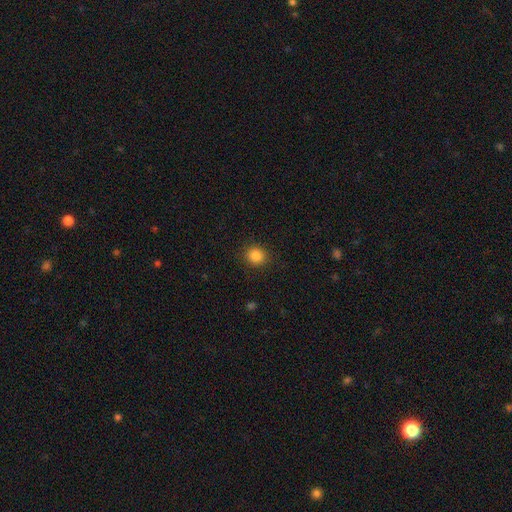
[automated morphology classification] Smooth or featured: smooth — 85% (star or artifact — 11%)
How rounded: round — 83% (in between — 16%)
Merging: none — 90% (minor disturbance — 7%)